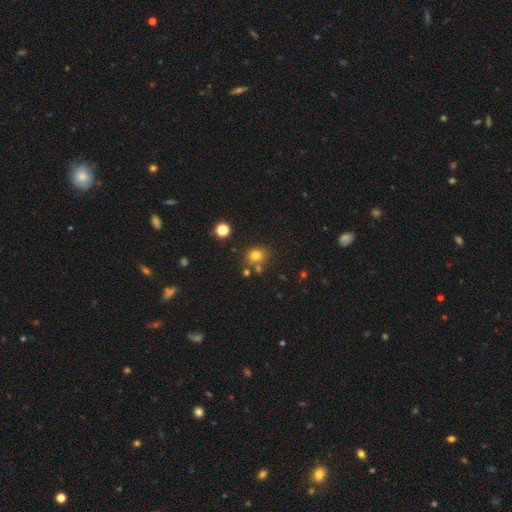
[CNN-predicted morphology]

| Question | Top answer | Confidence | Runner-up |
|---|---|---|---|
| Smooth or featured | smooth | 77% | star or artifact (15%) |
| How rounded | round | 66% | in between (33%) |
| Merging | none | 71% | merger (13%) |